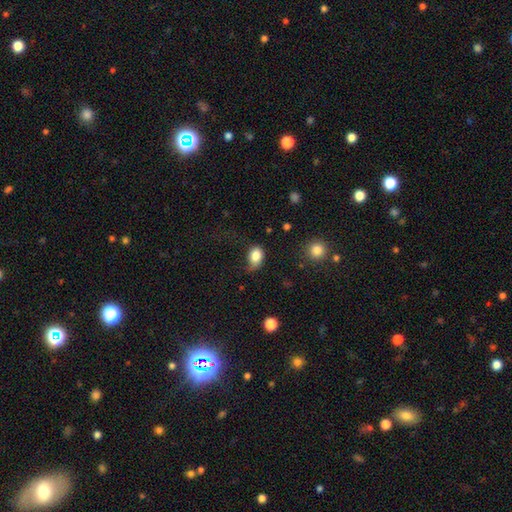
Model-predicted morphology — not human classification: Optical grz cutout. It shows a smooth galaxy with no disk features (83%) that is in between round and cigar-shaped (73%). Merging: none (48%).